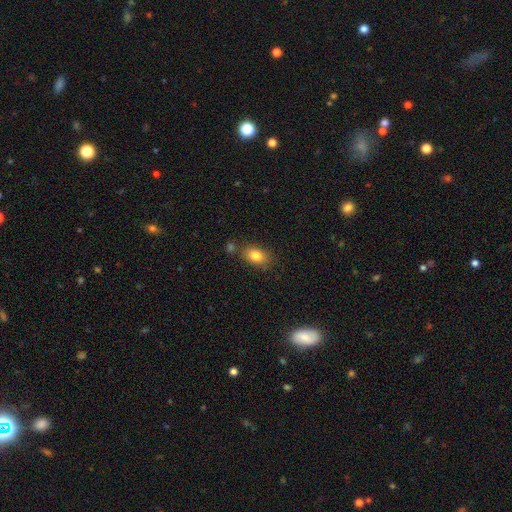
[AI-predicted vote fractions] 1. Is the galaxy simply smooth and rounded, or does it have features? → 83% smooth, 9% star or artifact, 8% featured or disk.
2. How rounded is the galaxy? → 83% in between, 15% round, 2% cigar-shaped.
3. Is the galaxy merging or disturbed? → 73% none, 15% minor disturbance, 8% merger, 4% major disturbance.